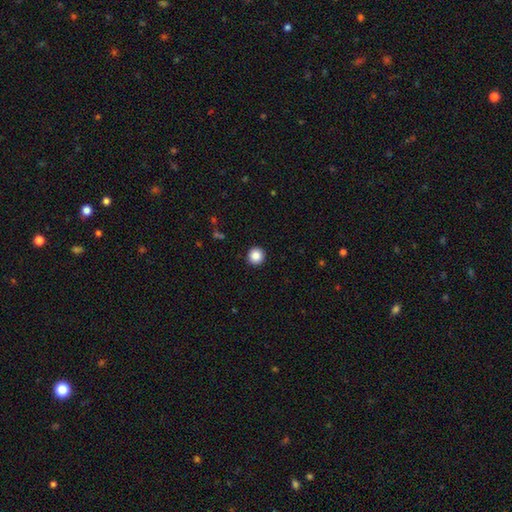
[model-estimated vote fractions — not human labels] Q: Smooth or featured?
A: smooth (87%); runner-up: star or artifact (9%)
Q: How rounded?
A: round (96%); runner-up: in between (3%)
Q: Merging?
A: none (93%); runner-up: minor disturbance (4%)